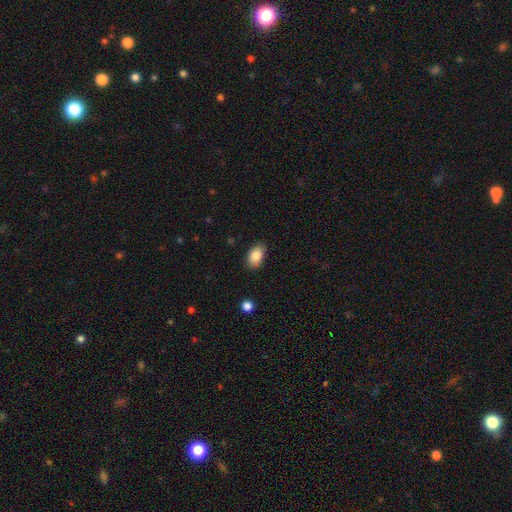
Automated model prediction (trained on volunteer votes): This appears to be a smooth galaxy with no disk features (86%) that is in between round and cigar-shaped (89%). Merging: none (85%).